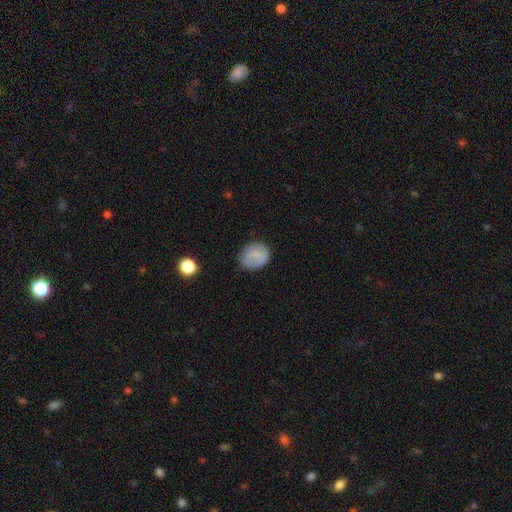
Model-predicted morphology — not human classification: Smooth or featured?
  - smooth: 74% *
  - featured or disk: 19%
  - star or artifact: 8%
How rounded?
  - round: 62% *
  - in between: 37%
  - cigar-shaped: 1%
Merging?
  - none: 80% *
  - minor disturbance: 14%
  - major disturbance: 4%
  - merger: 1%